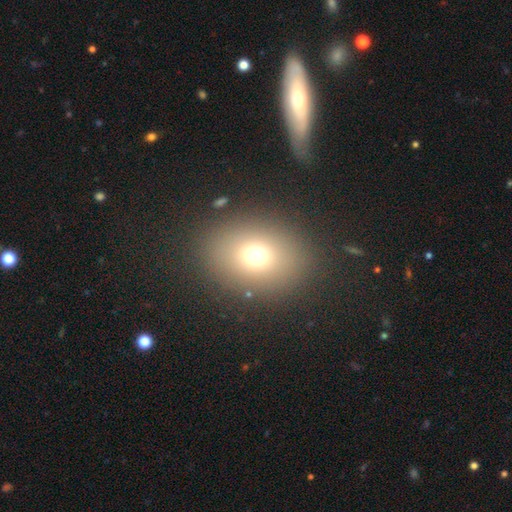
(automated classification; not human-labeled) smooth-or-featured: smooth: 72% | star or artifact: 17% | featured or disk: 12%
  how-rounded: round: 51% | in between: 48% | cigar-shaped: 1%
  merging: none: 86% | minor disturbance: 8% | major disturbance: 4% | merger: 2%